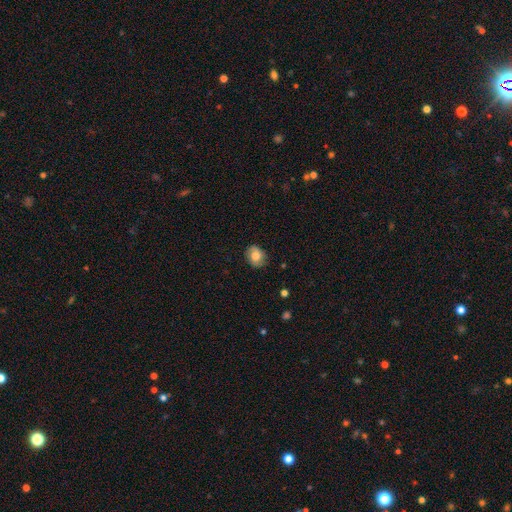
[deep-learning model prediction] Smooth or featured?
  - smooth: 69% *
  - featured or disk: 22%
  - star or artifact: 9%
How rounded?
  - round: 58% *
  - in between: 41%
  - cigar-shaped: 1%
Merging?
  - none: 79% *
  - minor disturbance: 16%
  - major disturbance: 4%
  - merger: 1%